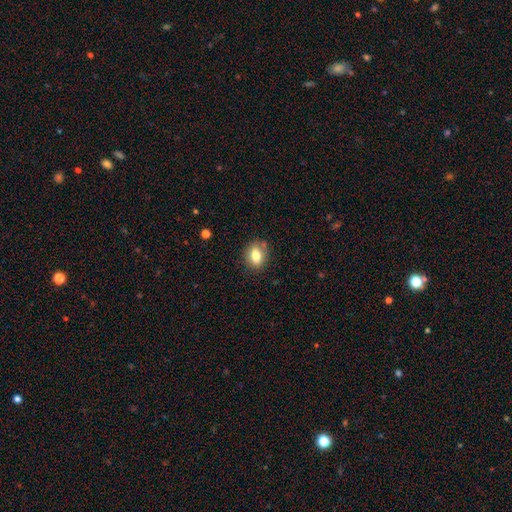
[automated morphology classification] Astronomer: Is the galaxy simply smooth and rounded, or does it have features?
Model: smooth — 76%.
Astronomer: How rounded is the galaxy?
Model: in between — 64%.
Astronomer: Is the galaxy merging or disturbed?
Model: none — 80%.